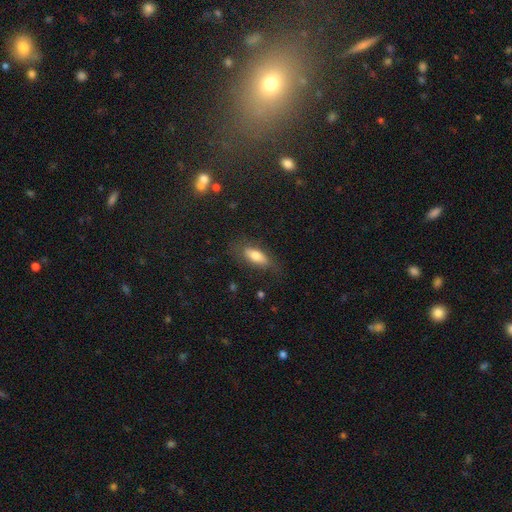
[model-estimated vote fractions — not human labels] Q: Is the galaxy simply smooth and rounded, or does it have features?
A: smooth — 72%.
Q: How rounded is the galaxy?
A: in between — 73%.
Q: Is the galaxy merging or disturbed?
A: none — 73%.